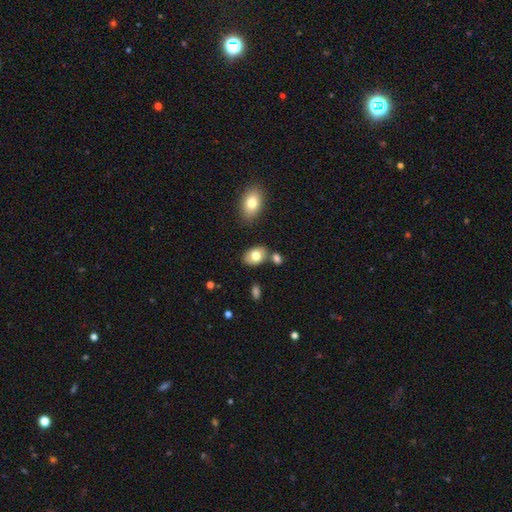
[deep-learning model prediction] This appears to be a smooth galaxy with no disk features (77%) that is in between round and cigar-shaped (85%). Merging: none (74%).